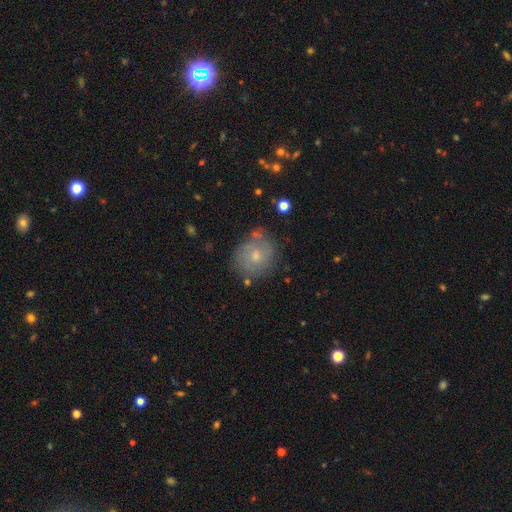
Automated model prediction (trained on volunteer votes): Smooth or featured: smooth — 47% (featured or disk — 43%)
Merging: none — 70% (minor disturbance — 19%)